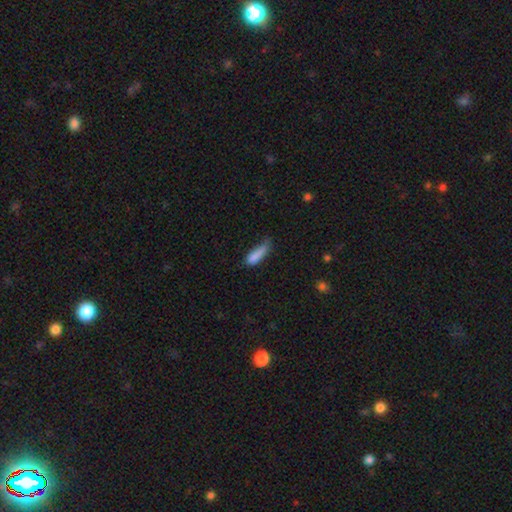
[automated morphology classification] Overall: smooth (83%). How rounded: cigar-shaped (51%; in between 46%). Merging: minor disturbance (40%; none 38%).